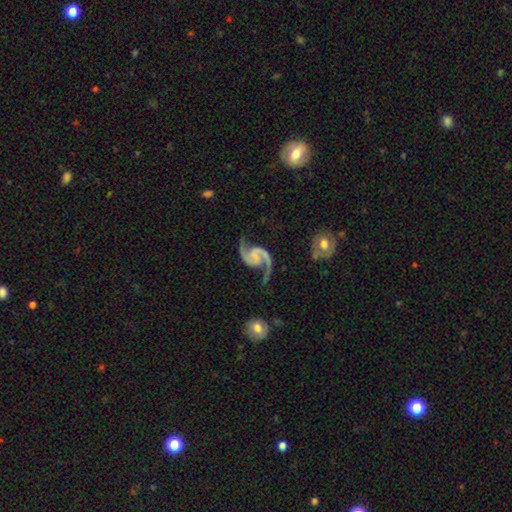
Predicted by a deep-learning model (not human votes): Smooth or featured? featured or disk (94%)
Edge-on disk? no (98%)
Bar? no (51%)
Spiral arms? yes (98%)
Spiral winding? medium (47%)
Spiral arm count? 2 (94%)
Bulge size? none (57%)
Merging? none (73%)